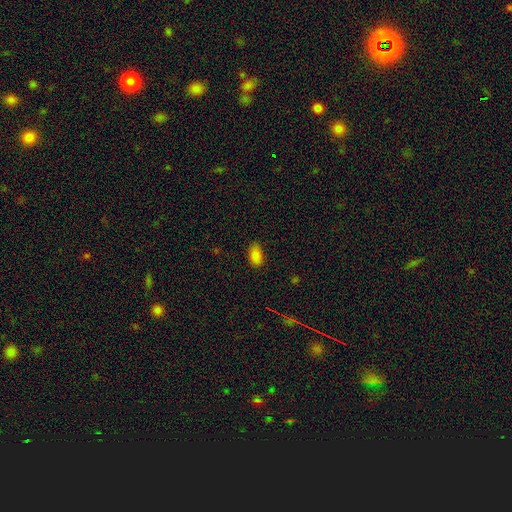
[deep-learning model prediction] Morphology: type=smooth (84%); roundness=in between (93%); merging=none (81%).